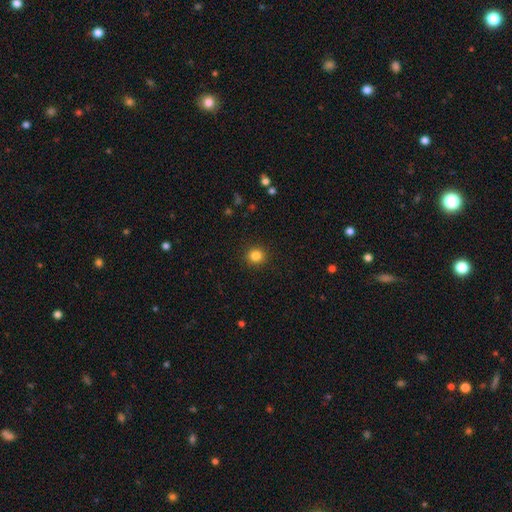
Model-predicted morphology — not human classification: smooth_or_featured: smooth (p=0.83) [alt: star or artifact p=0.12]
how_rounded: round (p=0.91) [alt: in between p=0.08]
merging: none (p=0.92) [alt: minor disturbance p=0.05]